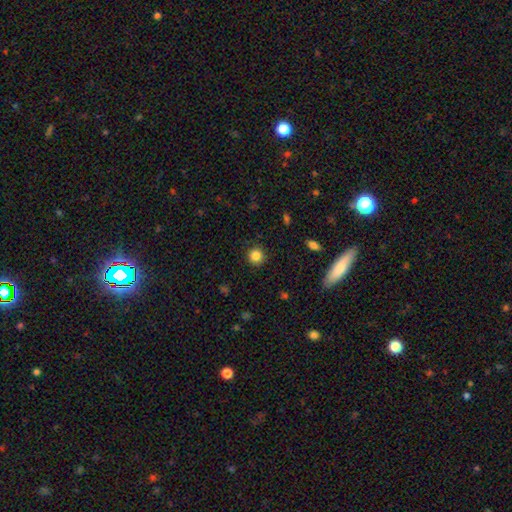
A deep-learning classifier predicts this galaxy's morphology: type=smooth (84%); roundness=round (94%); merging=none (91%).